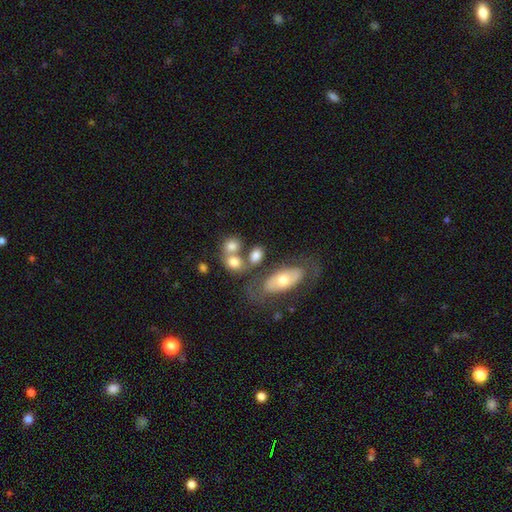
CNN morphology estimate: Smooth or featured? Predicted: smooth (p=0.72). How rounded? Predicted: in between (p=0.70). Merging? Predicted: none (p=0.43).